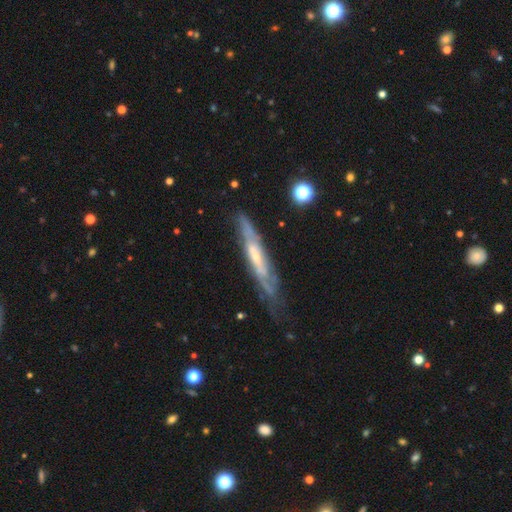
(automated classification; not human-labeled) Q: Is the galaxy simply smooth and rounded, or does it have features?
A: featured or disk — 75%.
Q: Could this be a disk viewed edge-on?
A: yes — 59%.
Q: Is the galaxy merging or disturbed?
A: none — 67%.